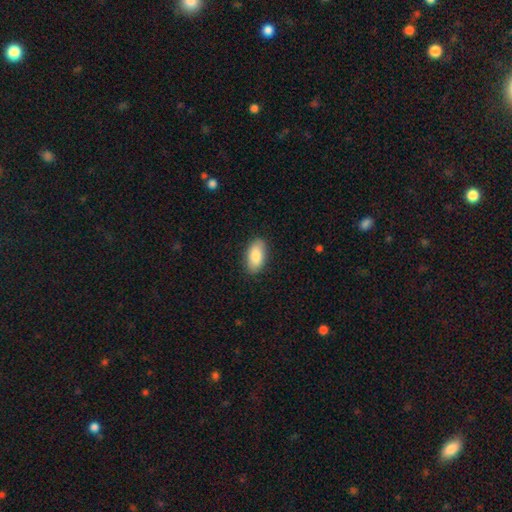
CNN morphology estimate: Smooth or featured? smooth (85%)
How rounded? in between (92%)
Merging? none (87%)